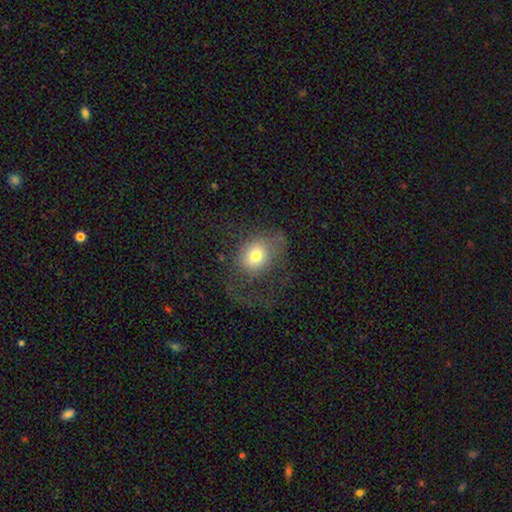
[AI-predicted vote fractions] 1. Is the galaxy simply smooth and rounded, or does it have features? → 65% smooth, 24% featured or disk, 11% star or artifact.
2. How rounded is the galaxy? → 60% round, 39% in between, 1% cigar-shaped.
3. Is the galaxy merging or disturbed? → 44% major disturbance, 38% none, 16% minor disturbance, 2% merger.